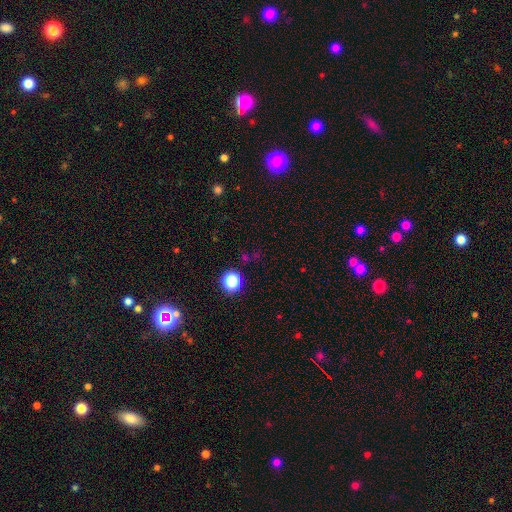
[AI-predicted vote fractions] Smooth or featured: star or artifact — 55% (smooth — 38%)